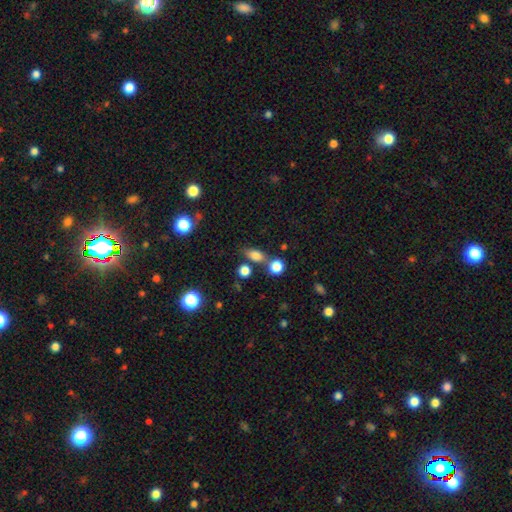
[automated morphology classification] type=smooth (78%); roundness=in between (73%); merging=none (63%).